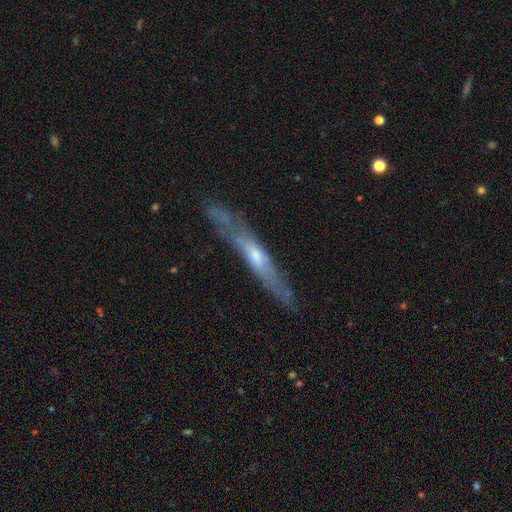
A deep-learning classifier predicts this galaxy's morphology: This appears to be a featured or disk galaxy (62%) viewed edge-on (79%). Merging: none (73%).